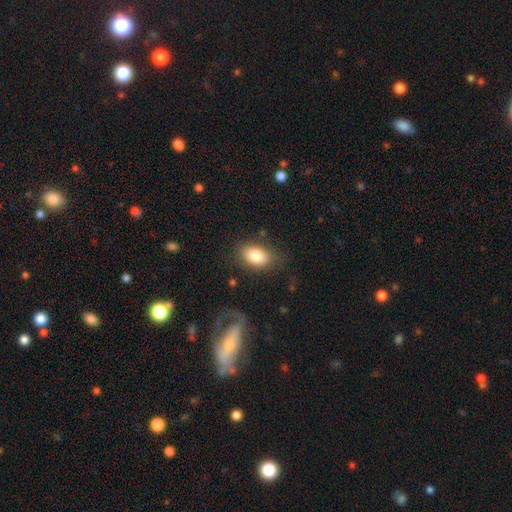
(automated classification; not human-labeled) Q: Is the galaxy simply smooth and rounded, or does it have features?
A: smooth — 83%.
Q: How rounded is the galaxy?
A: in between — 89%.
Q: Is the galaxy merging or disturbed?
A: none — 72%.